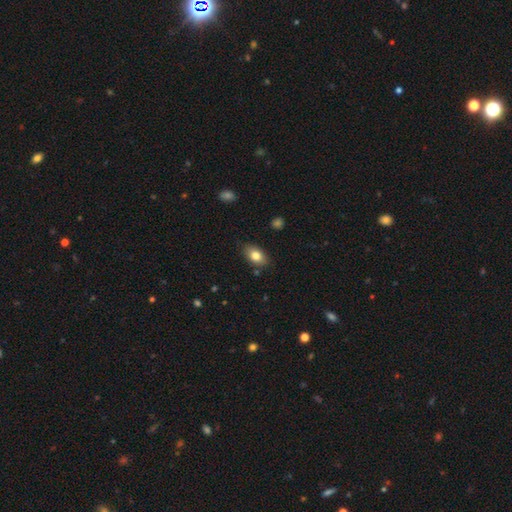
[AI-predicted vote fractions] A smooth galaxy with no disk features (80%) that is in between round and cigar-shaped (87%). Merging: none (82%).